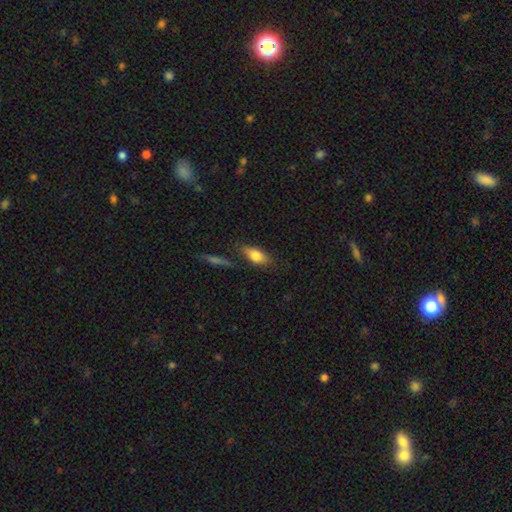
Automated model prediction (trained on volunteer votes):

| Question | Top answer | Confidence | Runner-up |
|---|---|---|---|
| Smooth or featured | smooth | 79% | featured or disk (14%) |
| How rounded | in between | 81% | cigar-shaped (13%) |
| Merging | none | 71% | minor disturbance (19%) |